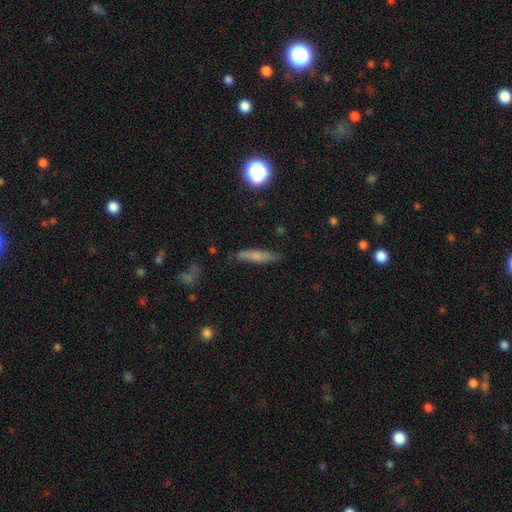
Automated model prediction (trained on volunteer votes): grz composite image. It shows a smooth galaxy with no disk features (59%) that is cigar-shaped (82%). Merging: none (78%).